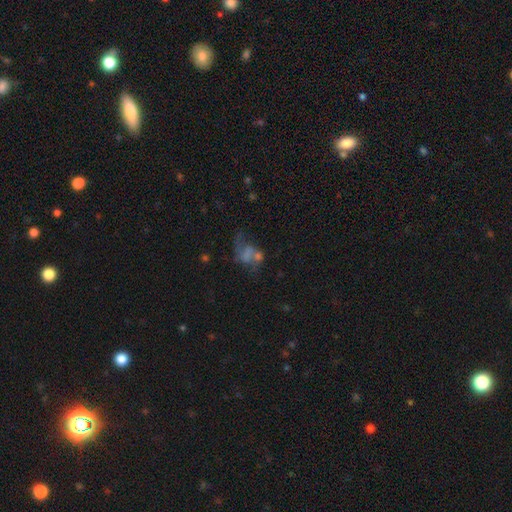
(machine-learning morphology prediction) Smooth or featured? featured or disk (50%)
Edge-on disk? no (97%)
Merging? none (30%)